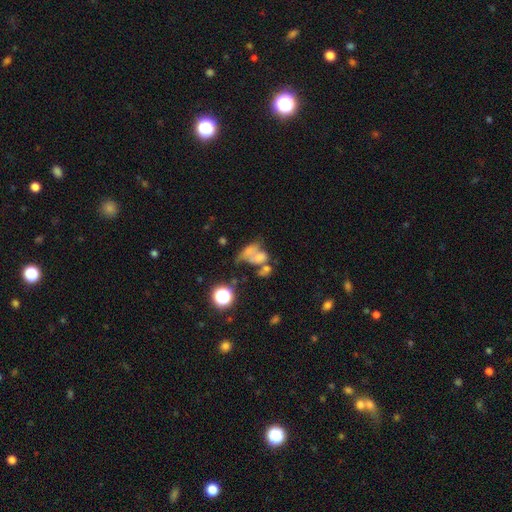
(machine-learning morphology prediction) Q: Smooth or featured?
A: smooth (50%); runner-up: featured or disk (32%)
Q: Merging?
A: merger (53%); runner-up: major disturbance (21%)